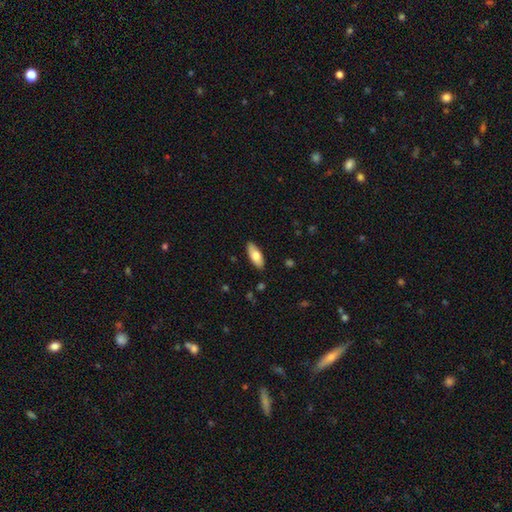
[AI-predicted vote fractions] Smooth or featured? smooth (74%)
How rounded? in between (81%)
Merging? none (88%)